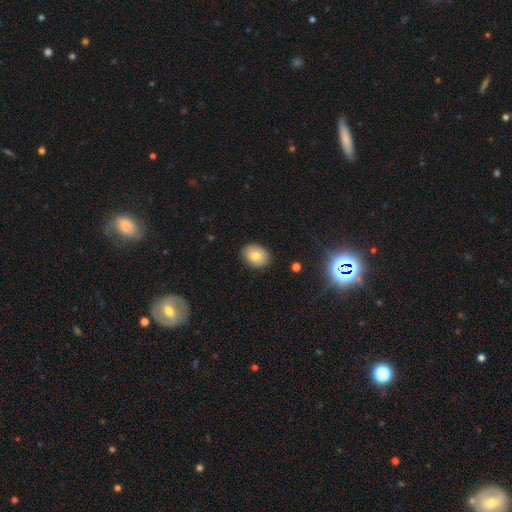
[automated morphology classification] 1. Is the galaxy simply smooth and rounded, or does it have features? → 78% smooth, 13% featured or disk, 9% star or artifact.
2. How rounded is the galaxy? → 55% in between, 45% round, 1% cigar-shaped.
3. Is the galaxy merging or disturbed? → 88% none, 9% minor disturbance, 2% major disturbance, 1% merger.